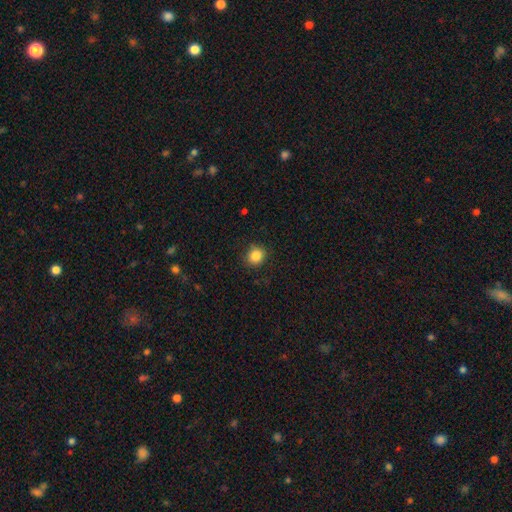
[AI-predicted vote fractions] Smooth or featured: smooth — 85% (star or artifact — 10%)
How rounded: round — 79% (in between — 20%)
Merging: none — 87% (minor disturbance — 10%)